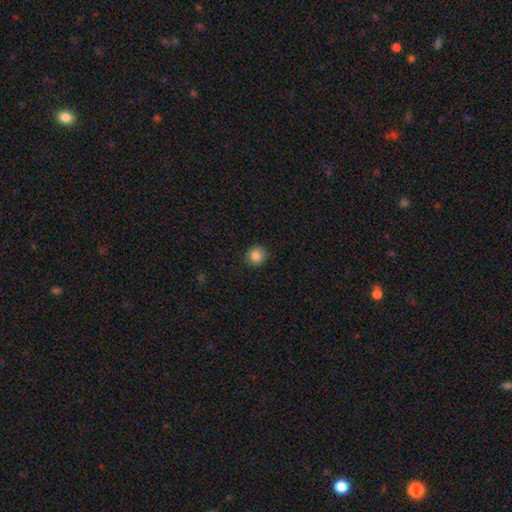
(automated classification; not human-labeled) smooth-or-featured: smooth: 84% | star or artifact: 10% | featured or disk: 6%
  how-rounded: round: 89% | in between: 10% | cigar-shaped: 1%
  merging: none: 89% | minor disturbance: 8% | major disturbance: 2% | merger: 1%